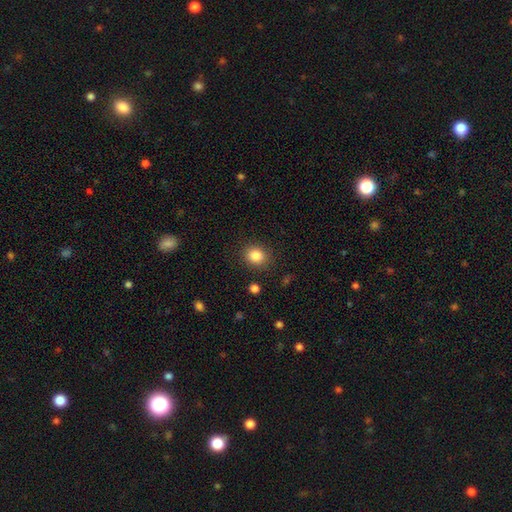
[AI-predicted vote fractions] smooth 84%, star or artifact 10%, featured or disk 5%. Down the decision tree: how rounded — round (72%); merging — none (88%).